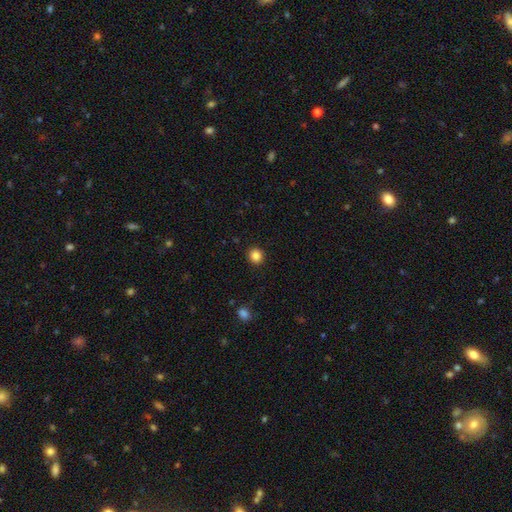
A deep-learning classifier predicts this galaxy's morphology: Smooth or featured? smooth (85%)
How rounded? round (85%)
Merging? none (91%)